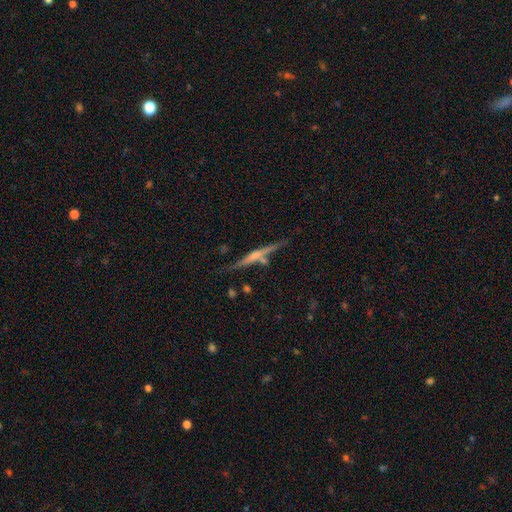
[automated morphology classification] Smooth or featured? Predicted: featured or disk (p=0.66). Edge-on disk? Predicted: yes (p=0.96). Edge-on bulge? Predicted: rounded (p=0.55). Merging? Predicted: none (p=0.69).